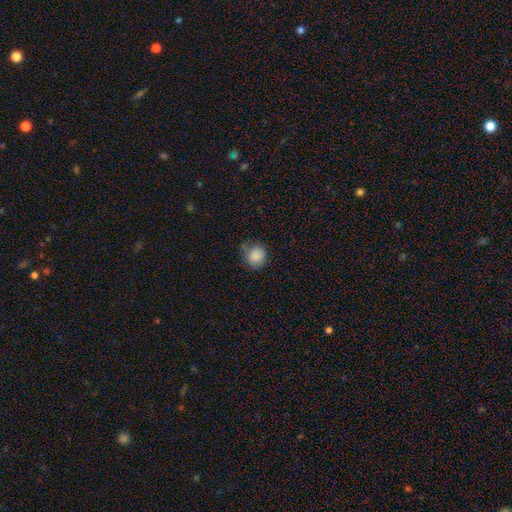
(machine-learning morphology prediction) This appears to be a smooth galaxy with no disk features (86%) that is round (84%). Merging: none (65%).